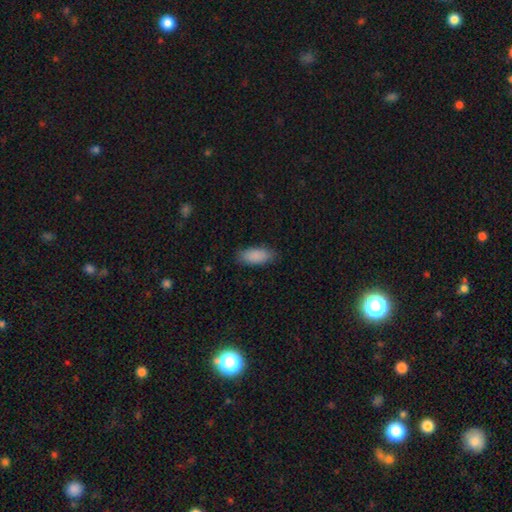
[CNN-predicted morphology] A smooth galaxy with no disk features (89%) that is in between round and cigar-shaped (86%). Merging: none (85%).